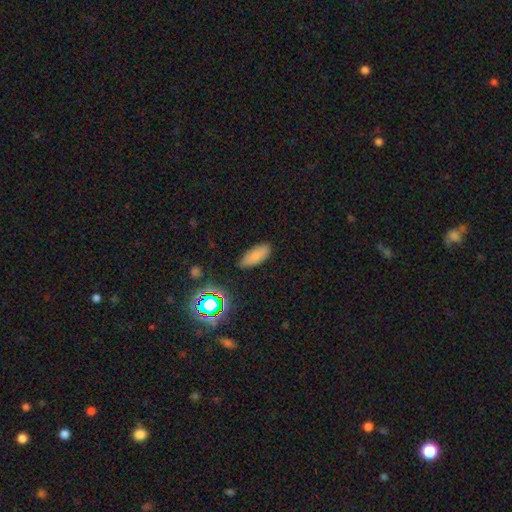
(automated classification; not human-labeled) A smooth galaxy with no disk features (82%) that is in between round and cigar-shaped (81%).

Vote fractions:
- Smooth or featured? smooth: 82% / star or artifact: 12% / featured or disk: 7%
- How rounded? in between: 81% / cigar-shaped: 17% / round: 2%
- Merging? none: 83% / minor disturbance: 12% / major disturbance: 3% / merger: 2%